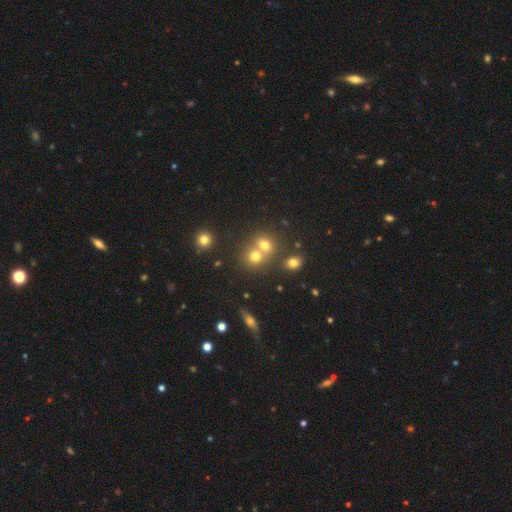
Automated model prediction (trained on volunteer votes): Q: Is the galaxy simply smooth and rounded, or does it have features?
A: smooth — 56%.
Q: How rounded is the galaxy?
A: round — 80%.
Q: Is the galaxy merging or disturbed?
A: none — 47%.